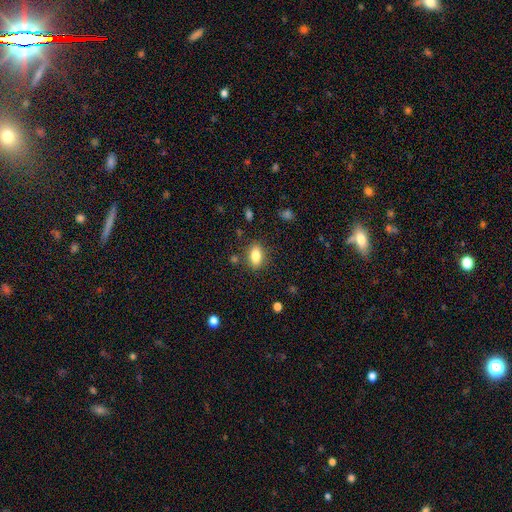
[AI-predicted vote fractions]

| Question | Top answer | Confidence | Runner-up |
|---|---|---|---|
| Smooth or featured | smooth | 83% | star or artifact (9%) |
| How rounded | in between | 85% | round (10%) |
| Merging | none | 83% | minor disturbance (11%) |